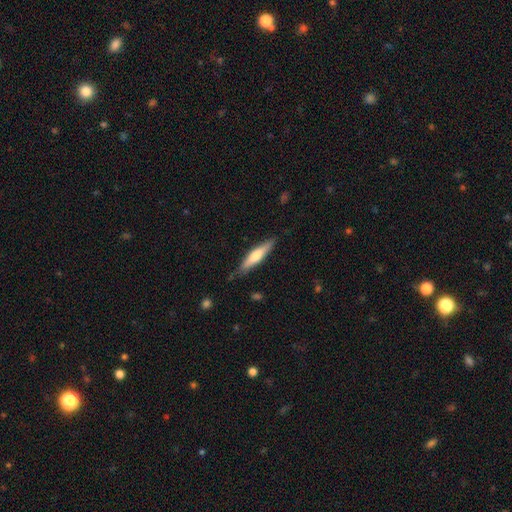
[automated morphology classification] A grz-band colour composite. It shows a smooth galaxy with no disk features (54%) that is cigar-shaped (84%). Merging: none (84%).